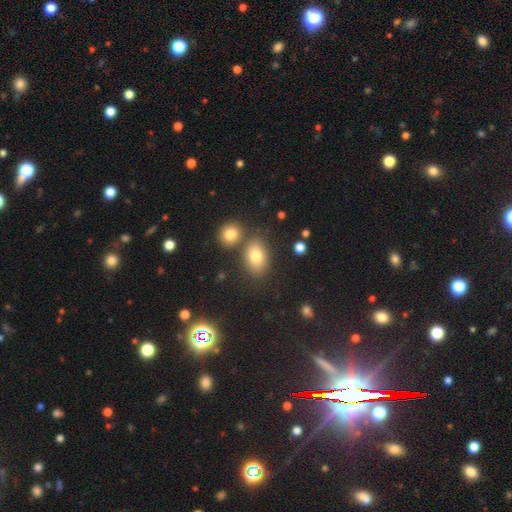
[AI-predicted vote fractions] smooth-or-featured: smooth: 78% | star or artifact: 11% | featured or disk: 11%
  how-rounded: in between: 78% | round: 21% | cigar-shaped: 2%
  merging: none: 67% | merger: 18% | minor disturbance: 11% | major disturbance: 4%